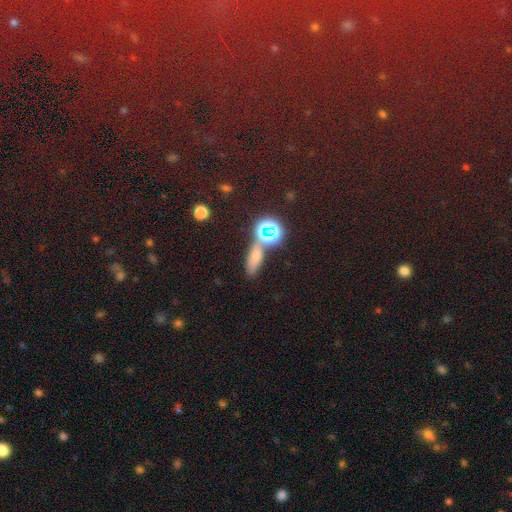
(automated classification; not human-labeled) A smooth galaxy with no disk features (58%) that is in between round and cigar-shaped (46%). Merging: none (69%).